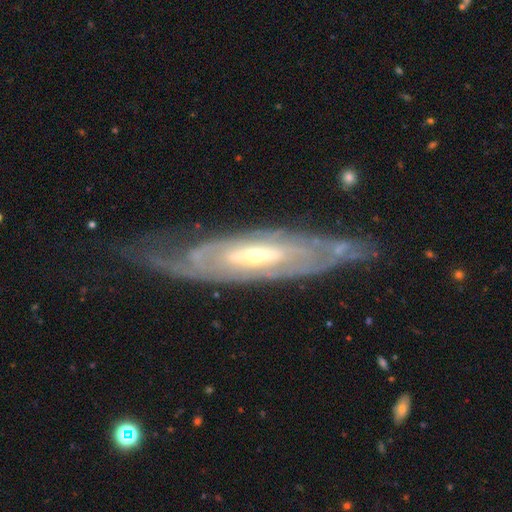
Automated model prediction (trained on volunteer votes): featured or disk 82%, smooth 12%, star or artifact 5%. Down the decision tree: edge-on disk — no (74%); bar — no (43%); spiral arms — yes (78%); bulge size — small (49%); merging — none (59%).